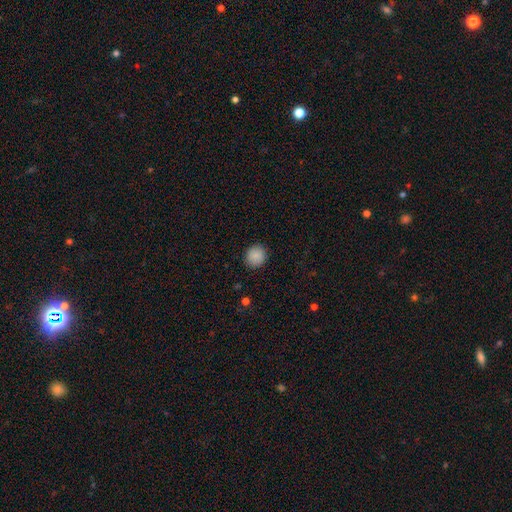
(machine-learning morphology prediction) Q: Smooth or featured?
A: smooth (88%); runner-up: star or artifact (8%)
Q: How rounded?
A: round (89%); runner-up: in between (10%)
Q: Merging?
A: none (90%); runner-up: minor disturbance (7%)